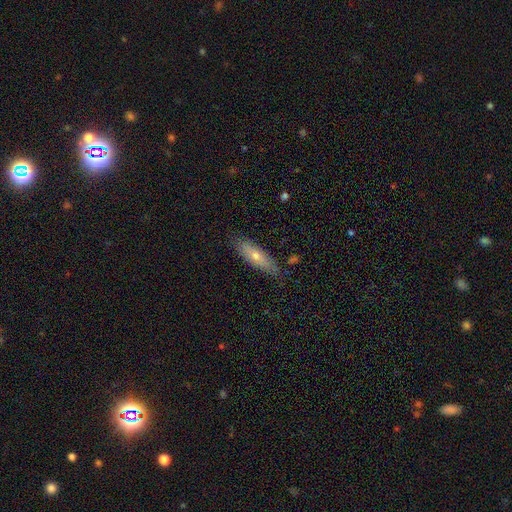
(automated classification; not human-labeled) smooth 56%, featured or disk 37%, star or artifact 7%. Down the decision tree: how rounded — cigar-shaped (62%); merging — none (82%).